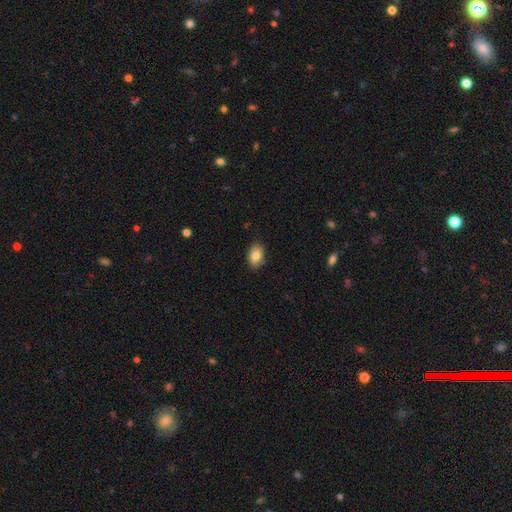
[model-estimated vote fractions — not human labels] smooth-or-featured: smooth: 84% | featured or disk: 8% | star or artifact: 8%
  how-rounded: in between: 86% | round: 13% | cigar-shaped: 1%
  merging: none: 86% | minor disturbance: 11% | major disturbance: 2% | merger: 1%